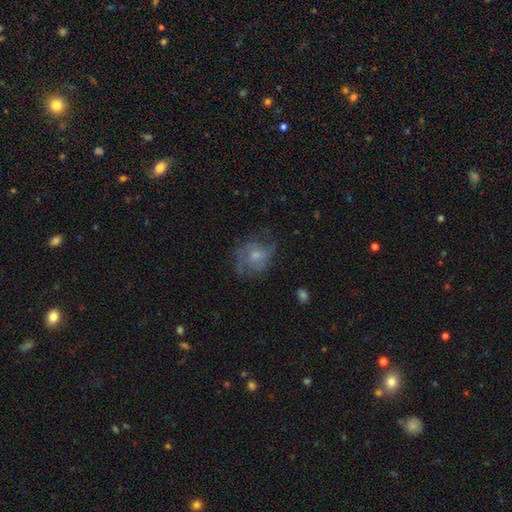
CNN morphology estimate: Smooth or featured: featured or disk — 56% (smooth — 34%)
Edge-on disk: no — 97% (yes — 3%)
Bar: no — 72% (weak — 25%)
Spiral arms: yes — 74% (no — 26%)
Bulge size: moderate — 44% (small — 41%)
Merging: none — 56% (minor disturbance — 24%)